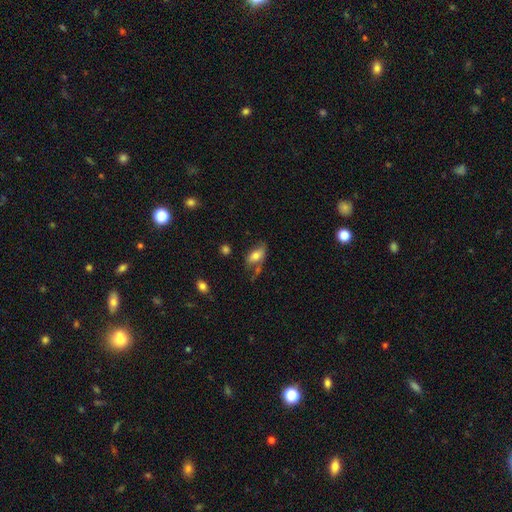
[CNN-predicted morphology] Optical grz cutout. It shows a smooth galaxy with no disk features (66%) that is in between round and cigar-shaped (86%). Merging: none (44%).